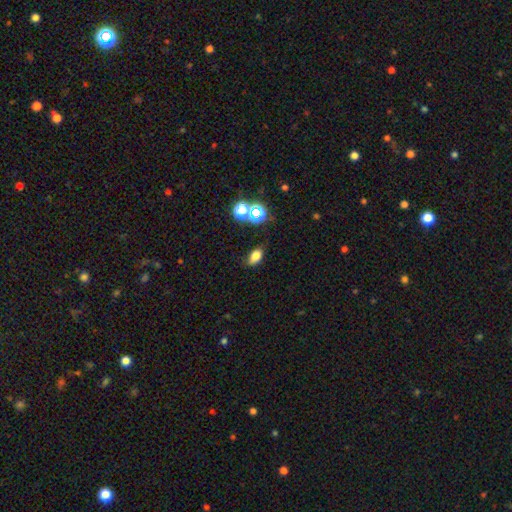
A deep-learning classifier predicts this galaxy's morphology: Smooth or featured? Predicted: smooth (p=0.75). How rounded? Predicted: in between (p=0.85). Merging? Predicted: none (p=0.79).